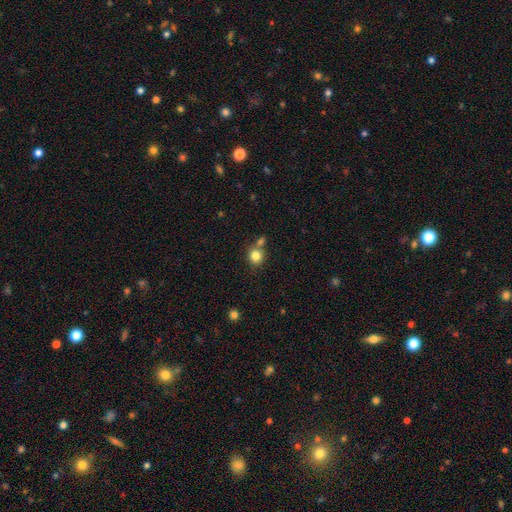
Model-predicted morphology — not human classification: type=smooth (81%); roundness=round (88%); merging=none (64%).